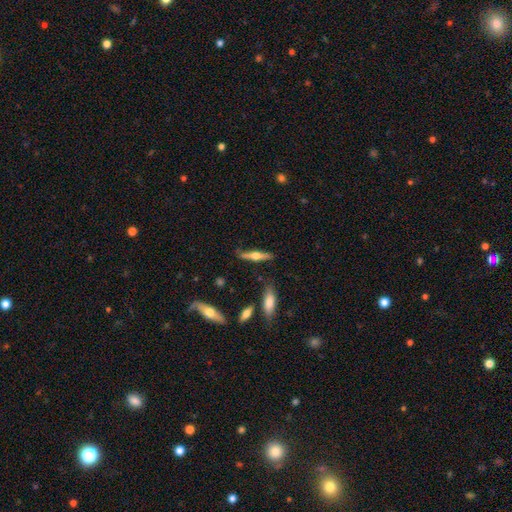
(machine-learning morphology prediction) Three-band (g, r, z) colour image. It shows a featured or disk galaxy (64%) viewed edge-on (95%) with a rounded central bulge (93%). Merging: none (81%).